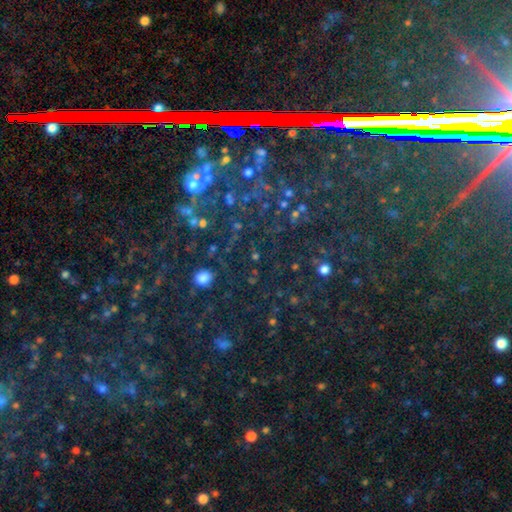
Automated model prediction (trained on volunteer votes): Smooth or featured: star or artifact — 56% (smooth — 33%)